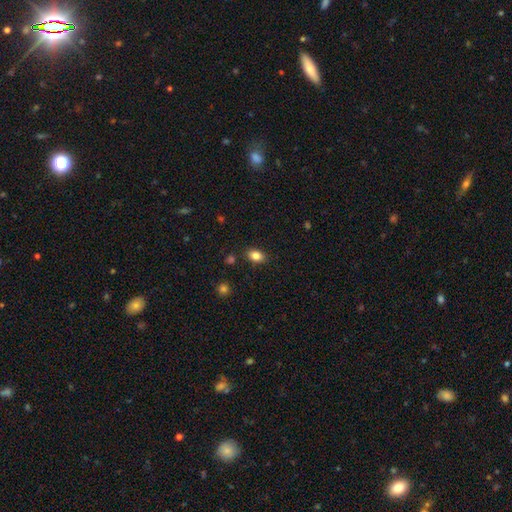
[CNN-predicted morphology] smooth-or-featured: smooth: 84% | star or artifact: 10% | featured or disk: 6%
  how-rounded: in between: 82% | round: 16% | cigar-shaped: 2%
  merging: none: 86% | minor disturbance: 9% | major disturbance: 2% | merger: 2%